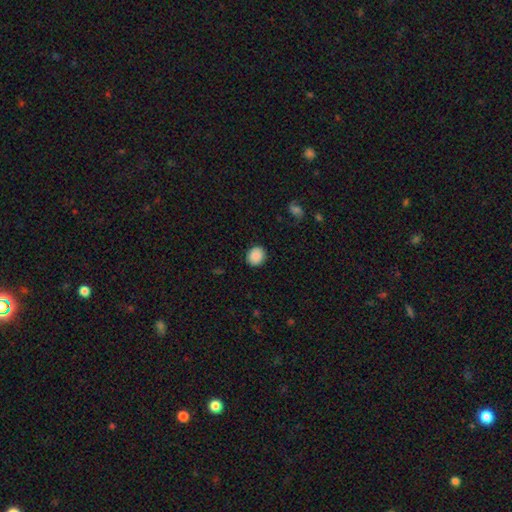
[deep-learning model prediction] smooth-or-featured: smooth: 89% | star or artifact: 8% | featured or disk: 3%
  how-rounded: round: 78% | in between: 21% | cigar-shaped: 1%
  merging: none: 89% | minor disturbance: 8% | major disturbance: 2% | merger: 1%